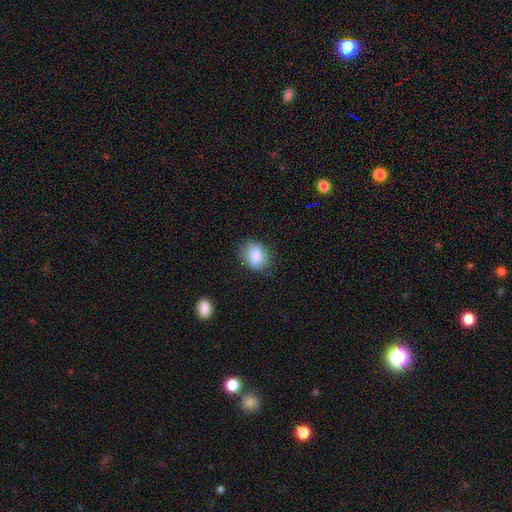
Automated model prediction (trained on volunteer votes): A smooth galaxy with no disk features (85%) that is in between round and cigar-shaped (53%).

Vote fractions:
- Smooth or featured? smooth: 85% / featured or disk: 8% / star or artifact: 7%
- How rounded? in between: 53% / round: 46% / cigar-shaped: 1%
- Merging? none: 74% / minor disturbance: 20% / major disturbance: 5% / merger: 1%